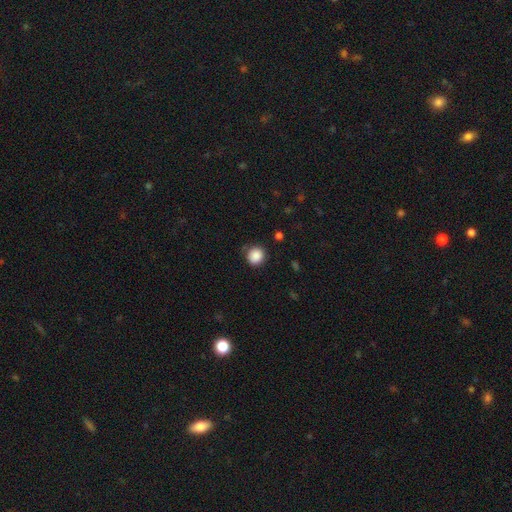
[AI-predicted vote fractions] Smooth or featured? Predicted: smooth (p=0.87). How rounded? Predicted: round (p=0.91). Merging? Predicted: none (p=0.83).